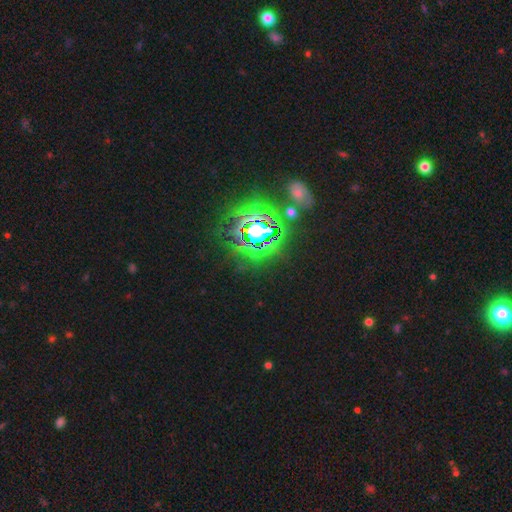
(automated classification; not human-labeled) Overall: star or artifact (83%).